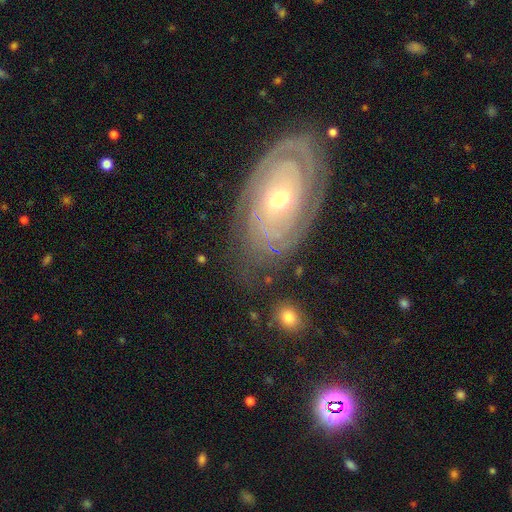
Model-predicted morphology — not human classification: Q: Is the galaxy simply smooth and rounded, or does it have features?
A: featured or disk — 84%.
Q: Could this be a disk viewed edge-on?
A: no — 95%.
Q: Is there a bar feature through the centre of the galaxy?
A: no — 77%.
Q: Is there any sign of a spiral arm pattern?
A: yes — 91%.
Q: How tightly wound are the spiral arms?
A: tight — 84%.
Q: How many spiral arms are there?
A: can't tell — 38%.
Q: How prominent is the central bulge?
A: moderate — 52%.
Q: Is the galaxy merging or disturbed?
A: none — 77%.